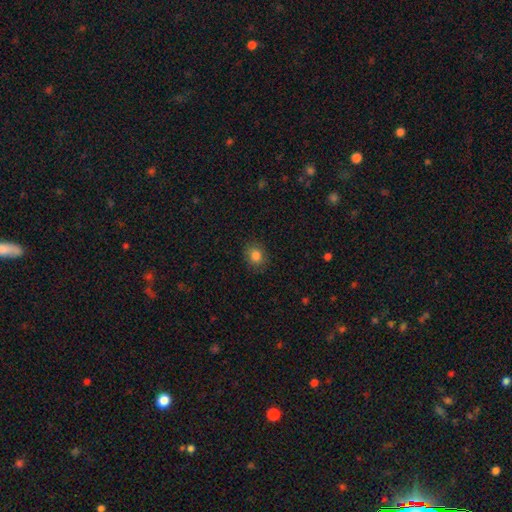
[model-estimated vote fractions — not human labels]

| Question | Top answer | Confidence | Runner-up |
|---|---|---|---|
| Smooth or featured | smooth | 83% | star or artifact (11%) |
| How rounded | round | 70% | in between (29%) |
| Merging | none | 87% | minor disturbance (10%) |